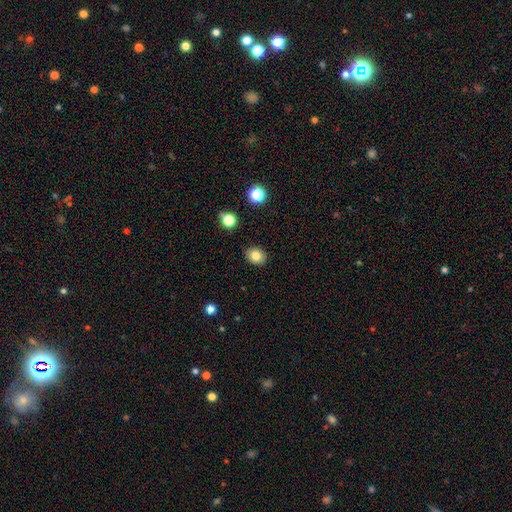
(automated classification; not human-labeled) Morphology: type=smooth (81%); roundness=round (55%); merging=none (89%).